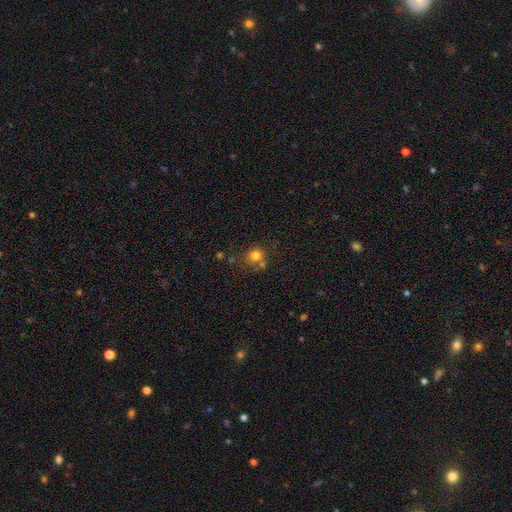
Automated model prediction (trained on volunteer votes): Smooth or featured?
  - smooth: 78% *
  - star or artifact: 14%
  - featured or disk: 8%
How rounded?
  - round: 86% *
  - in between: 13%
  - cigar-shaped: 1%
Merging?
  - none: 63% *
  - merger: 20%
  - minor disturbance: 12%
  - major disturbance: 5%